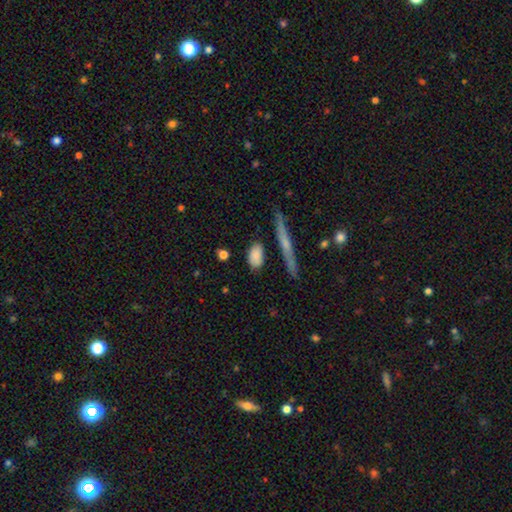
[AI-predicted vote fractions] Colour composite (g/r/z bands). It shows a smooth galaxy with no disk features (82%) that is in between round and cigar-shaped (83%). Merging: none (70%).